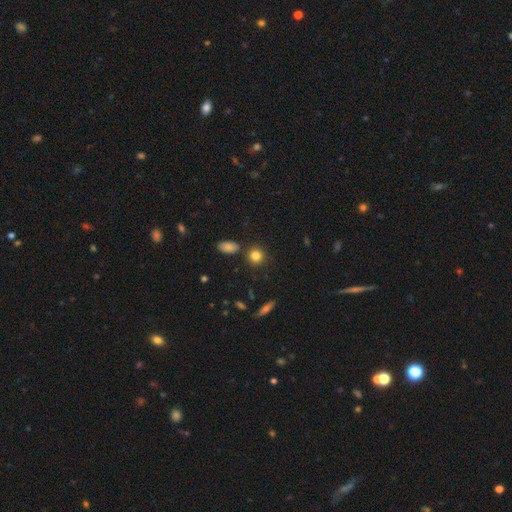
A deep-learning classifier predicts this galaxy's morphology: A smooth galaxy with no disk features (83%) that is round (86%).

Vote fractions:
- Smooth or featured? smooth: 83% / star or artifact: 10% / featured or disk: 7%
- How rounded? round: 86% / in between: 13% / cigar-shaped: 1%
- Merging? none: 82% / minor disturbance: 9% / merger: 7% / major disturbance: 3%